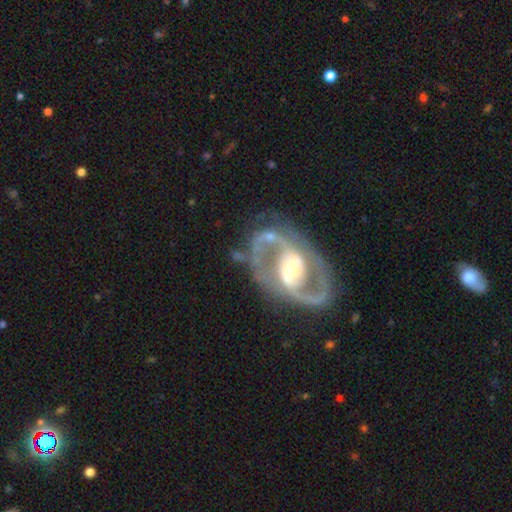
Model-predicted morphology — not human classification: Smooth or featured? featured or disk (90%)
Edge-on disk? no (97%)
Bar? weak (35%)
Spiral arms? yes (93%)
Spiral winding? medium (57%)
Spiral arm count? 2 (91%)
Bulge size? moderate (64%)
Merging? none (73%)